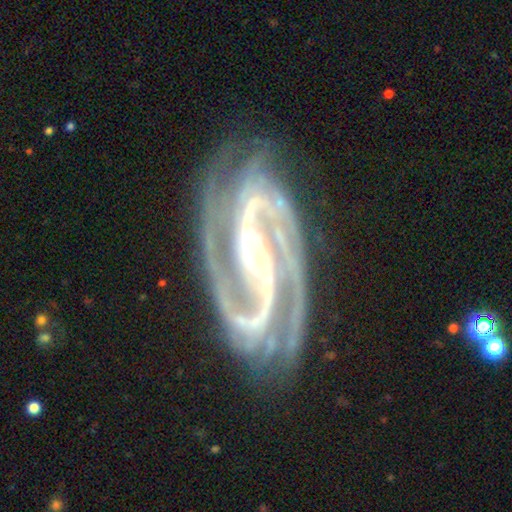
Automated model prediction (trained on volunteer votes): This appears to be a featured or disk galaxy (94%) with a strong bar (62%), 2 (80%) medium (53%) spiral arms (99%) and a small central bulge (67%). Merging: none (76%).